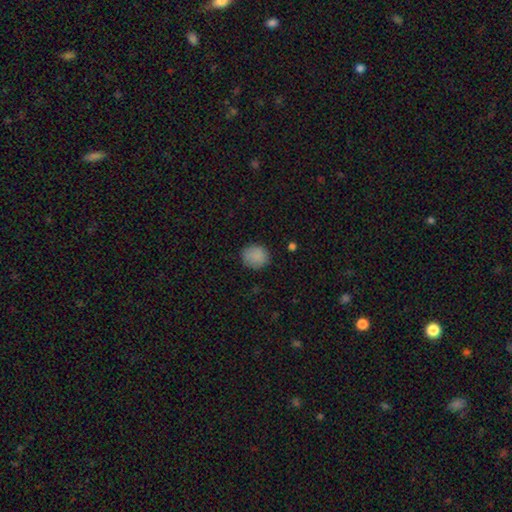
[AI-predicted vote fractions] A smooth galaxy with no disk features (87%) that is round (85%). Merging: none (85%).